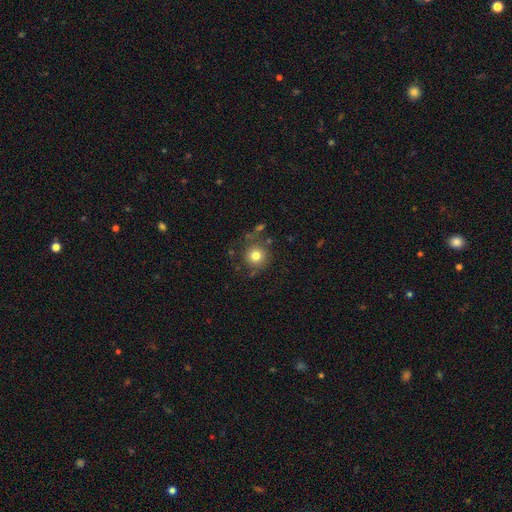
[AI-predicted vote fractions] Q: Smooth or featured?
A: smooth (78%); runner-up: star or artifact (12%)
Q: How rounded?
A: round (94%); runner-up: in between (5%)
Q: Merging?
A: none (79%); runner-up: minor disturbance (11%)